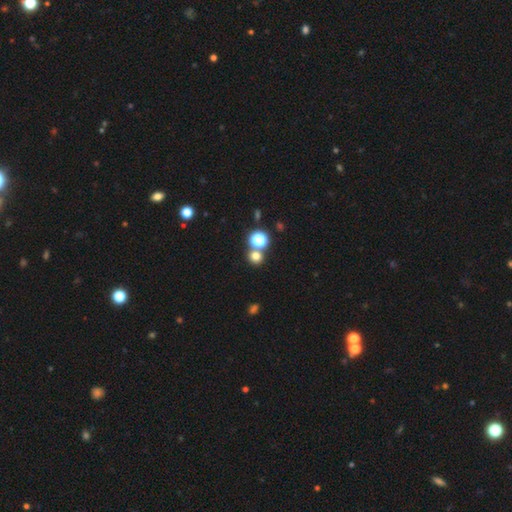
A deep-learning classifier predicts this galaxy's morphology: Smooth or featured? smooth (71%)
How rounded? round (88%)
Merging? none (69%)